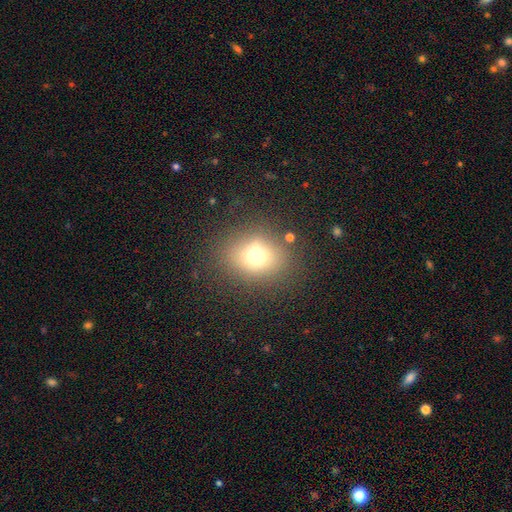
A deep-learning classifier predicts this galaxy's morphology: Overall: smooth (70%). How rounded: round (63%; in between 36%). Merging: none (80%).